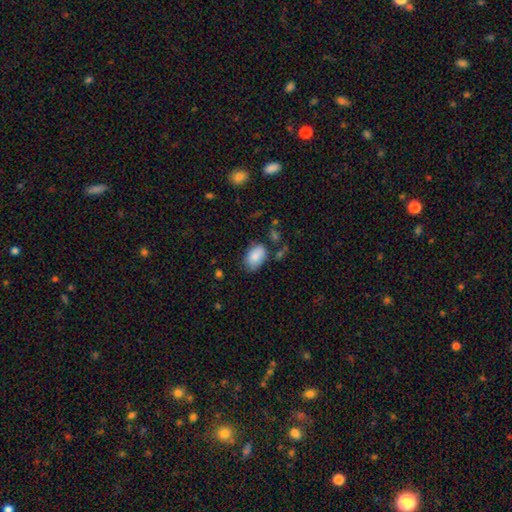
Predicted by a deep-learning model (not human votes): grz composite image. It shows a smooth galaxy with no disk features (85%) that is in between round and cigar-shaped (88%). Merging: none (67%).